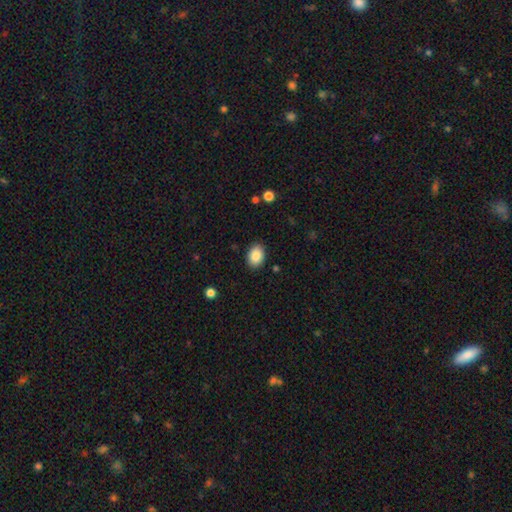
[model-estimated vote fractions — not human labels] smooth 87%, star or artifact 8%, featured or disk 5%. Down the decision tree: how rounded — in between (76%); merging — none (89%).